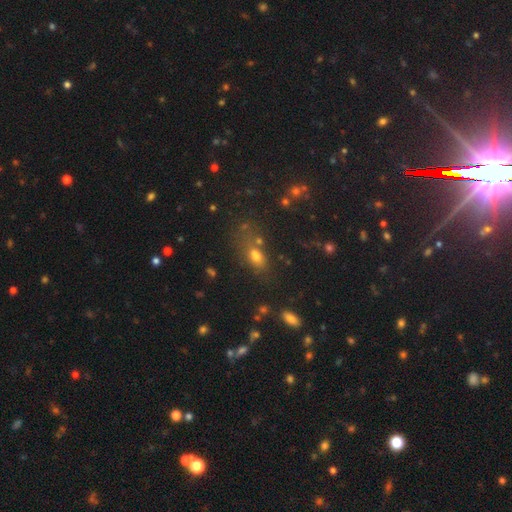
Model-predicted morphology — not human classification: smooth_or_featured: smooth (p=0.65) [alt: star or artifact p=0.22]
how_rounded: in between (p=0.72) [alt: round p=0.20]
merging: none (p=0.56) [alt: minor disturbance p=0.17]